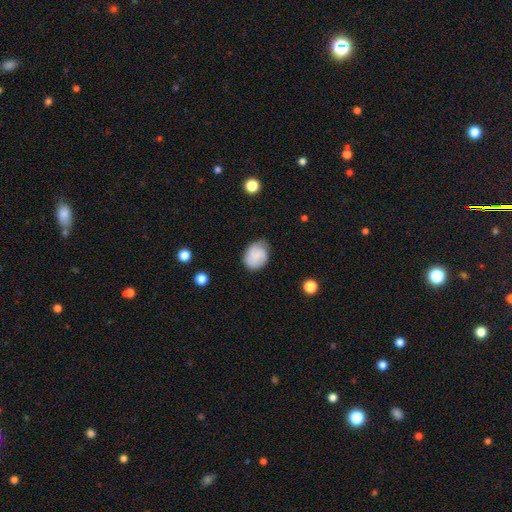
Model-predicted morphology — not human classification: Smooth or featured? Predicted: smooth (p=0.71). How rounded? Predicted: round (p=0.50). Merging? Predicted: none (p=0.62).